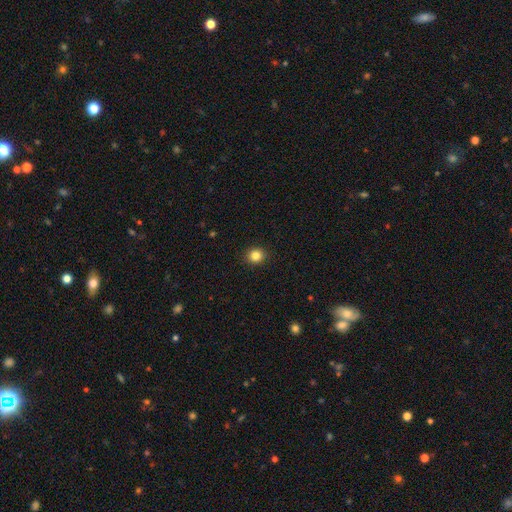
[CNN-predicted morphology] A smooth galaxy with no disk features (83%) that is round (85%). Merging: none (92%).